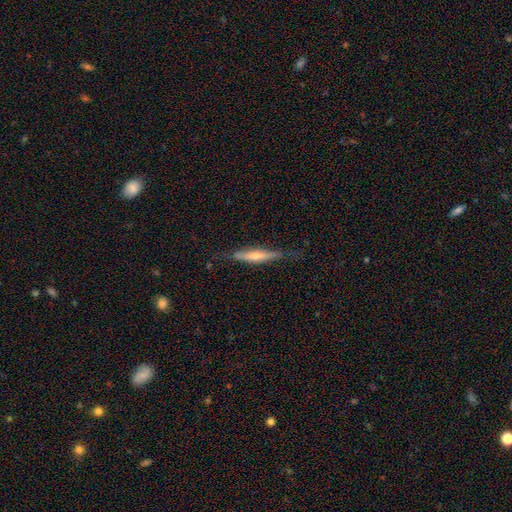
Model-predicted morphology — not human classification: type=featured or disk (48%); merging=none (73%).